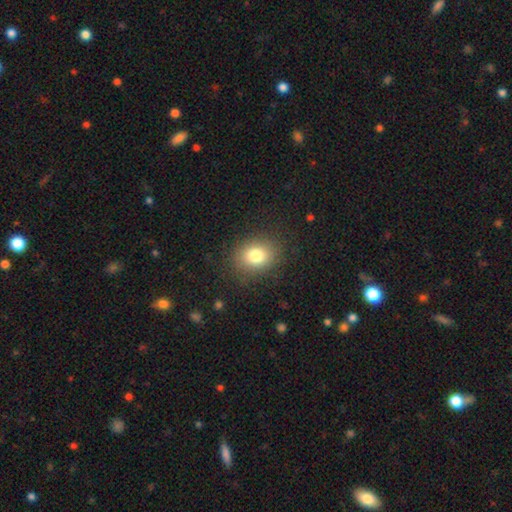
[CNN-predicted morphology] The model was most divided on "how rounded": round: 51%, in between: 48%, cigar-shaped: 1%. More confident: merging — none (84%); smooth or featured — smooth (79%).